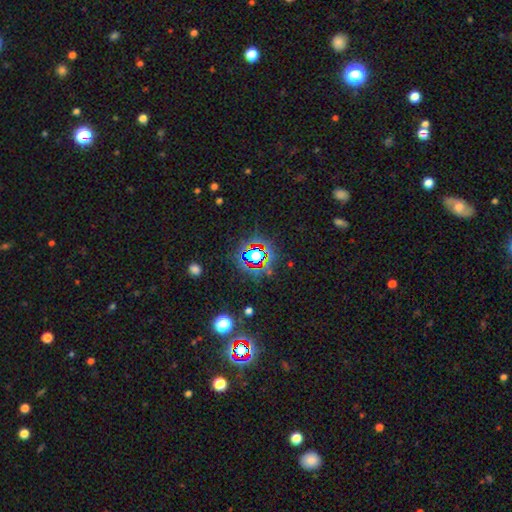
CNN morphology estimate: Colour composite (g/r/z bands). It shows a star or artifact, not a galaxy (70%).